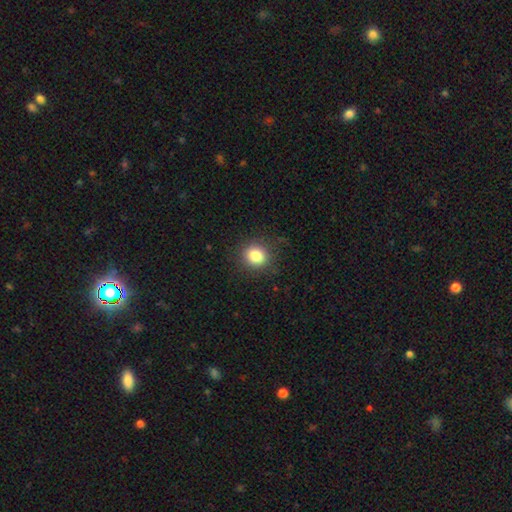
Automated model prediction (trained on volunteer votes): This appears to be a smooth galaxy with no disk features (83%) that is round (82%). Merging: none (87%).